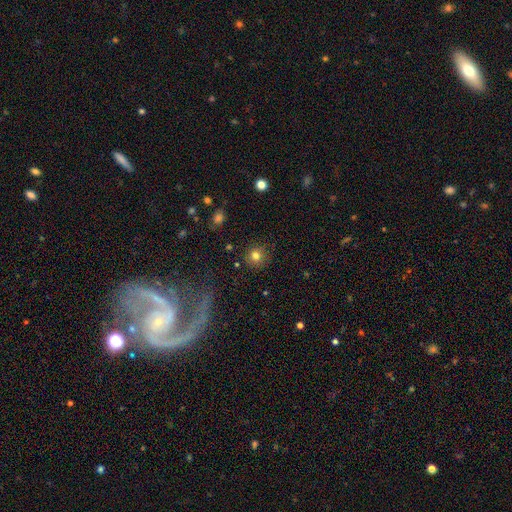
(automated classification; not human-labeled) smooth 80%, star or artifact 13%, featured or disk 7%. Down the decision tree: how rounded — round (92%); merging — none (88%).